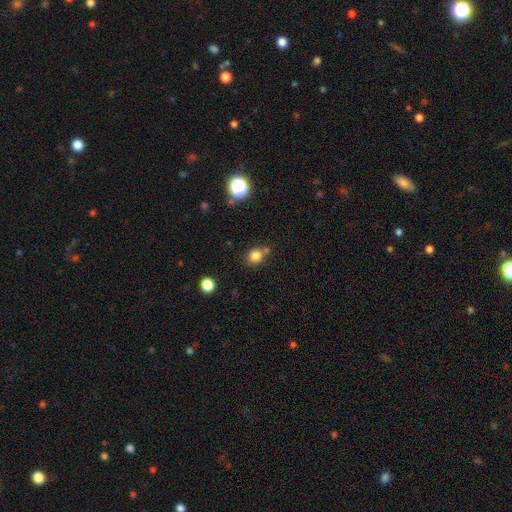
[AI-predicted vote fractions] The model was most divided on "merging": none: 65%, merger: 17%, minor disturbance: 14%, major disturbance: 4%. More confident: smooth or featured — smooth (81%); how rounded — round (75%).